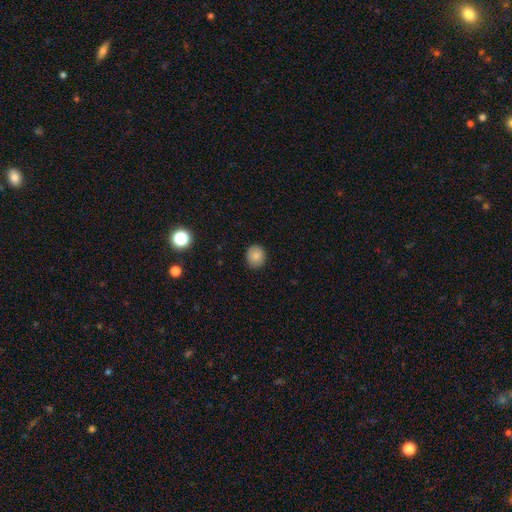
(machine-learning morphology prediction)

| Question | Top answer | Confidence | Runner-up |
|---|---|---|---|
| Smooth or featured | smooth | 85% | star or artifact (9%) |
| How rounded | round | 81% | in between (18%) |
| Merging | none | 87% | minor disturbance (10%) |